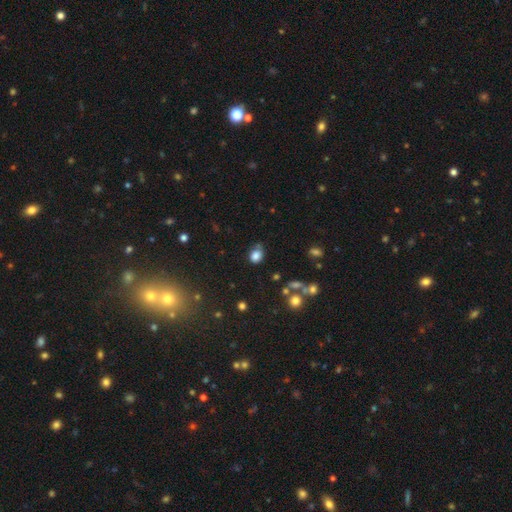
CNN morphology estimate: Smooth or featured: smooth — 81% (star or artifact — 12%)
How rounded: in between — 55% (round — 44%)
Merging: none — 58% (minor disturbance — 28%)